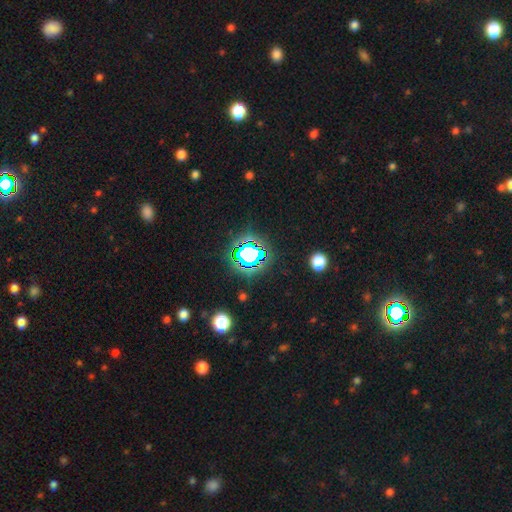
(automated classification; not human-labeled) Smooth or featured: star or artifact — 72% (smooth — 18%)